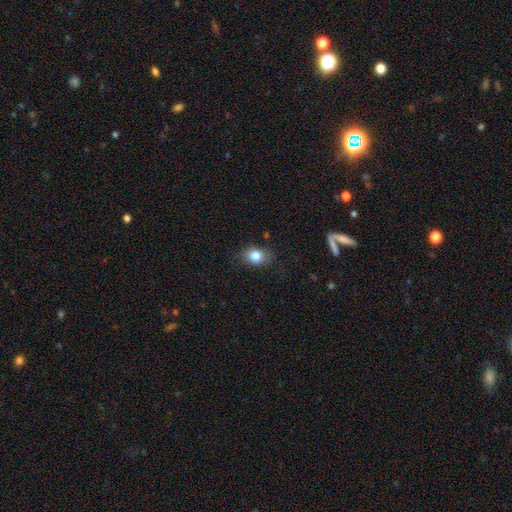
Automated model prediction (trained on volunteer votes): Q: Smooth or featured?
A: smooth (81%); runner-up: star or artifact (10%)
Q: How rounded?
A: in between (63%); runner-up: round (35%)
Q: Merging?
A: none (77%); runner-up: minor disturbance (17%)